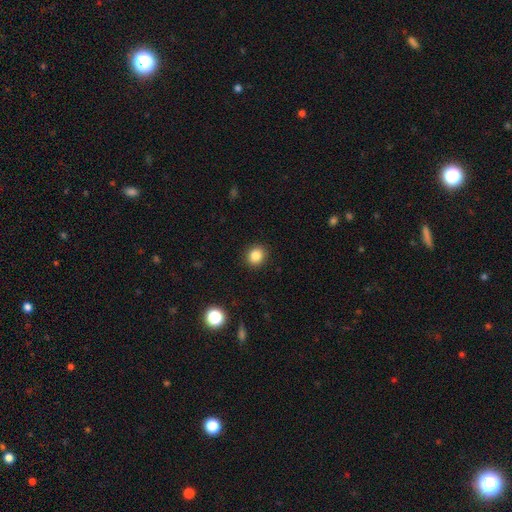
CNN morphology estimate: Smooth or featured?
  - smooth: 85% *
  - star or artifact: 11%
  - featured or disk: 4%
How rounded?
  - round: 80% *
  - in between: 19%
  - cigar-shaped: 1%
Merging?
  - none: 91% *
  - minor disturbance: 6%
  - major disturbance: 2%
  - merger: 1%